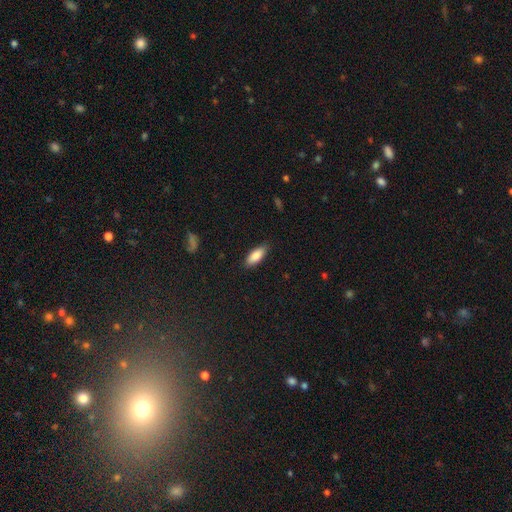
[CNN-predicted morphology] Smooth or featured? Predicted: smooth (p=0.85). How rounded? Predicted: in between (p=0.79). Merging? Predicted: none (p=0.85).